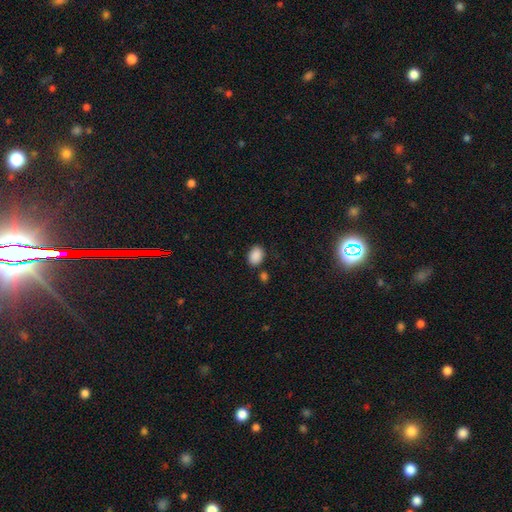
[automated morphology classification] Smooth or featured? Predicted: smooth (p=0.88). How rounded? Predicted: in between (p=0.76). Merging? Predicted: none (p=0.79).